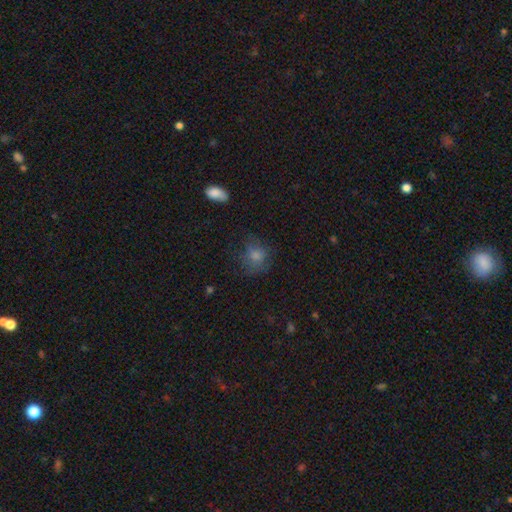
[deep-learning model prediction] Overall: smooth (74%). How rounded: round (73%). Merging: none (59%; minor disturbance 22%).